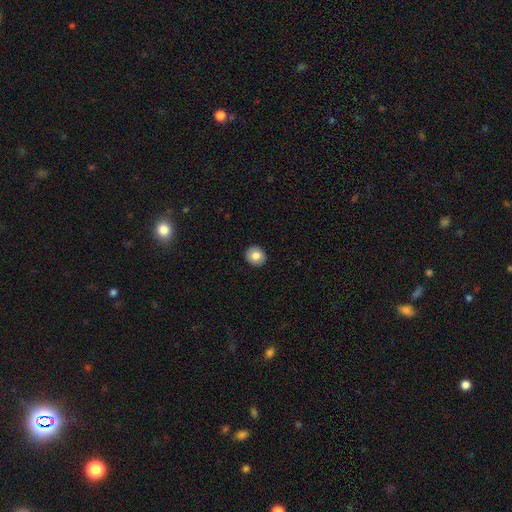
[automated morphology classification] Overall: smooth (82%). How rounded: round (86%). Merging: none (92%).